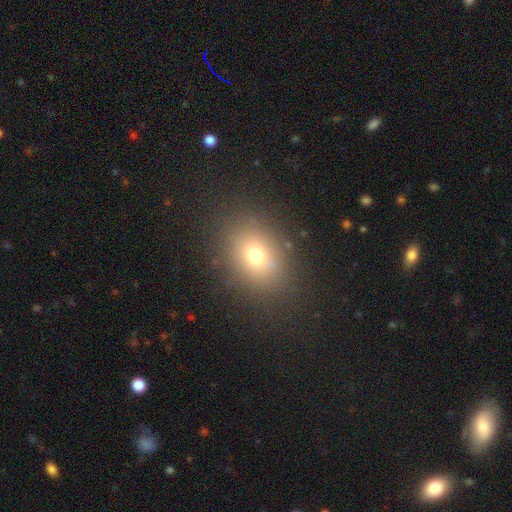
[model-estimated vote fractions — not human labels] A smooth galaxy with no disk features (70%) that is in between round and cigar-shaped (56%). Merging: none (83%).